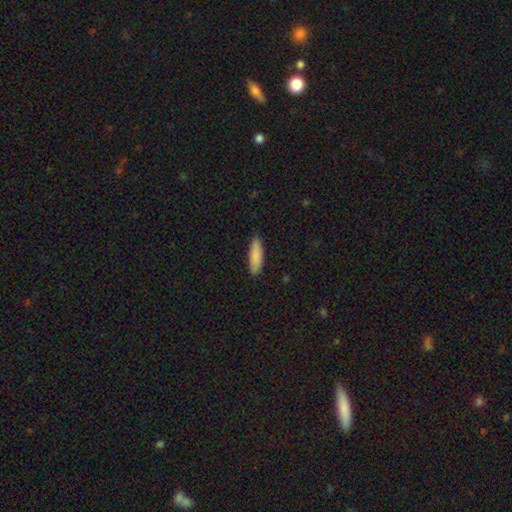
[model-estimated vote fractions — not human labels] smooth_or_featured: smooth (p=0.88) [alt: featured or disk p=0.07]
how_rounded: cigar-shaped (p=0.54) [alt: in between p=0.44]
merging: none (p=0.86) [alt: minor disturbance p=0.12]